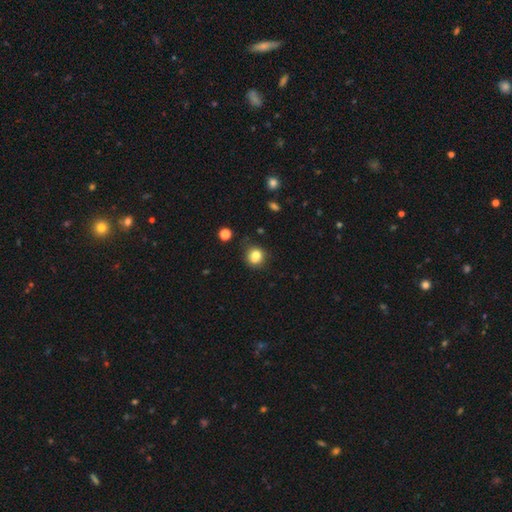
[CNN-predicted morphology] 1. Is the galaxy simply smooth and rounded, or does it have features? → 79% smooth, 12% star or artifact, 9% featured or disk.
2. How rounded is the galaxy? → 82% round, 17% in between, 1% cigar-shaped.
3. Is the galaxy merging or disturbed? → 62% none, 19% minor disturbance, 13% merger, 5% major disturbance.